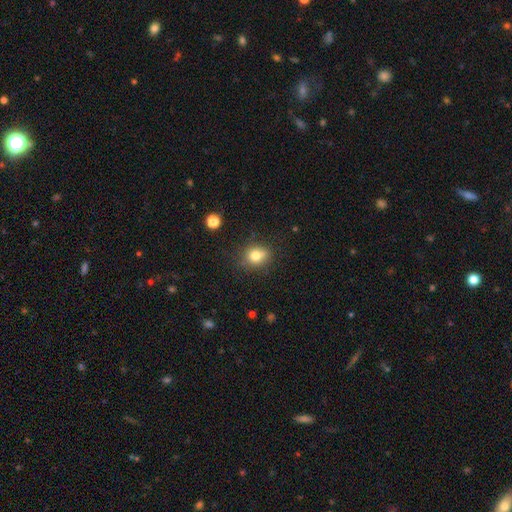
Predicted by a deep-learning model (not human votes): The model was most divided on "how rounded": round: 68%, in between: 31%, cigar-shaped: 1%. More confident: smooth or featured — smooth (78%); merging — none (75%).